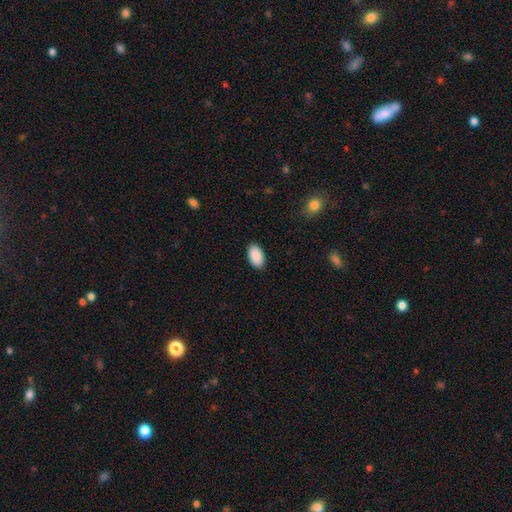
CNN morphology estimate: Smooth or featured? Predicted: smooth (p=0.91). How rounded? Predicted: in between (p=0.95). Merging? Predicted: none (p=0.89).